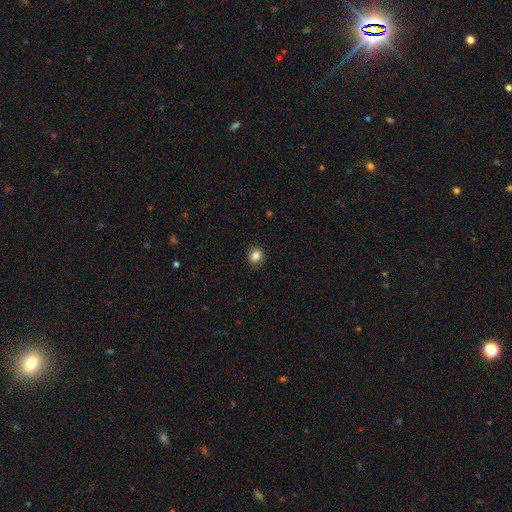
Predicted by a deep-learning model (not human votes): Morphology: type=smooth (85%); roundness=round (75%); merging=none (91%).